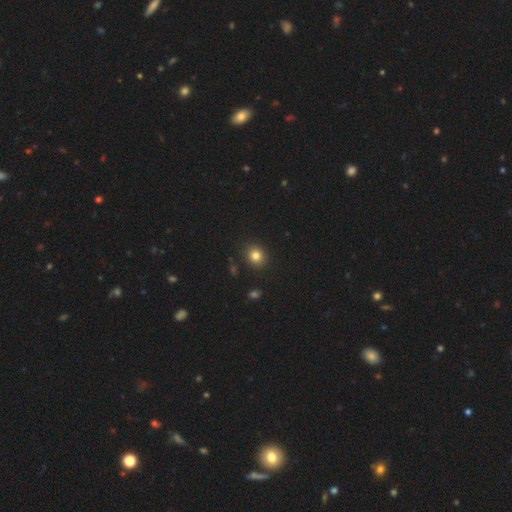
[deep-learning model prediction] smooth_or_featured: smooth (p=0.82) [alt: star or artifact p=0.13]
how_rounded: round (p=0.81) [alt: in between p=0.19]
merging: none (p=0.90) [alt: minor disturbance p=0.07]